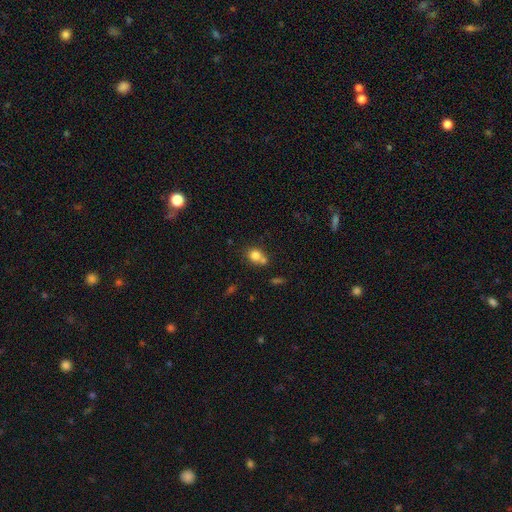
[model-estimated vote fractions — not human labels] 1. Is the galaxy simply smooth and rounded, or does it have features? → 78% smooth, 11% star or artifact, 11% featured or disk.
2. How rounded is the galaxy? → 67% round, 32% in between, 1% cigar-shaped.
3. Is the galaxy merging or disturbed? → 47% none, 36% merger, 12% minor disturbance, 5% major disturbance.